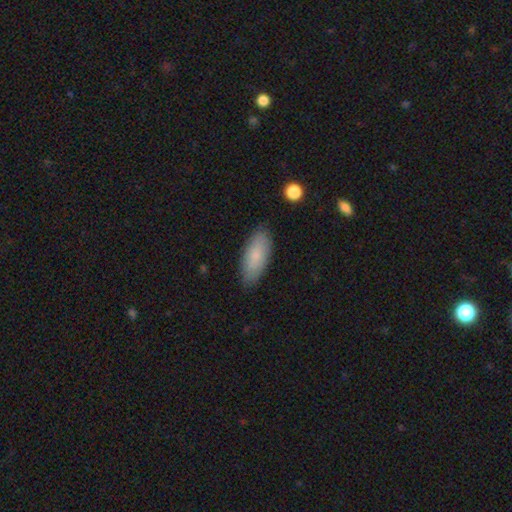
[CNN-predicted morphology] smooth-or-featured: smooth: 81% | featured or disk: 13% | star or artifact: 6%
  how-rounded: in between: 81% | cigar-shaped: 17% | round: 2%
  merging: none: 84% | minor disturbance: 12% | major disturbance: 2% | merger: 1%